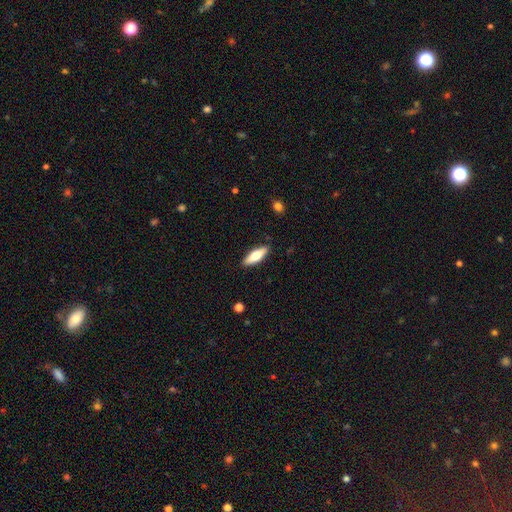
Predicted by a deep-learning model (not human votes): A smooth galaxy with no disk features (60%) that is in between round and cigar-shaped (51%). Merging: none (88%).